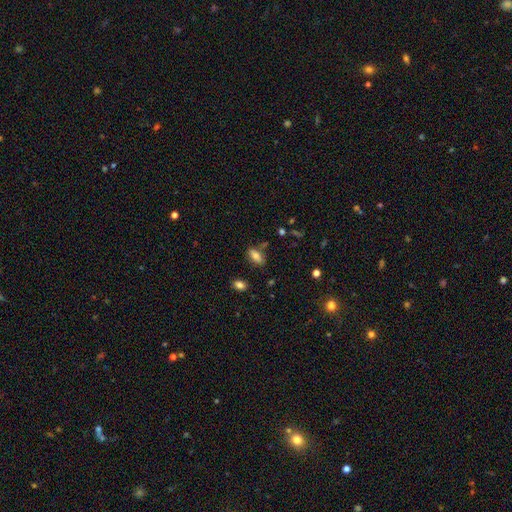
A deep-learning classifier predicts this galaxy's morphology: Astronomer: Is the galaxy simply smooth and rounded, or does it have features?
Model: smooth — 74%.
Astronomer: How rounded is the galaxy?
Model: in between — 81%.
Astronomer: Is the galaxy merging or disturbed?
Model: none — 77%.